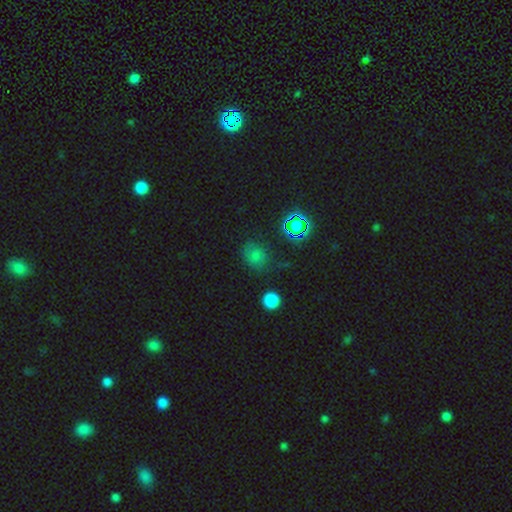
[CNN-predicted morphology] Q: Smooth or featured?
A: smooth (63%); runner-up: star or artifact (29%)
Q: How rounded?
A: round (67%); runner-up: in between (31%)
Q: Merging?
A: none (71%); runner-up: minor disturbance (18%)